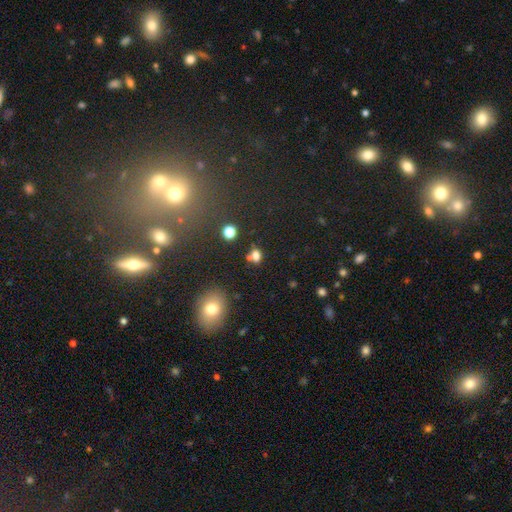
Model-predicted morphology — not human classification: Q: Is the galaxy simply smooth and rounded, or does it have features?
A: smooth — 73%.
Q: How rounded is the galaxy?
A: in between — 52%.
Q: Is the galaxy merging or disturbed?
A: none — 57%.